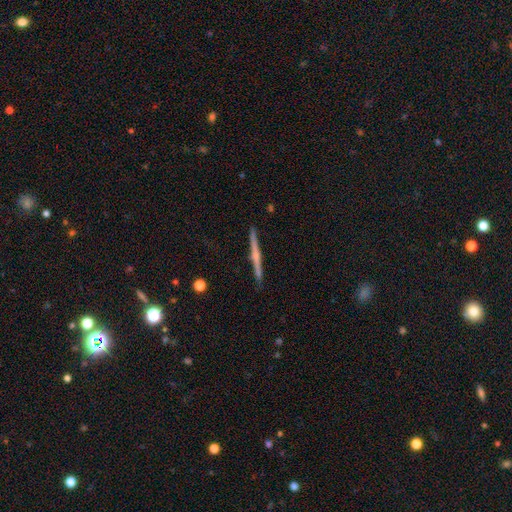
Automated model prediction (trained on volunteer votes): Overall: featured or disk (75%). Edge-on disk: yes (98%). Edge-on bulge: rounded (67%). Merging: none (92%).